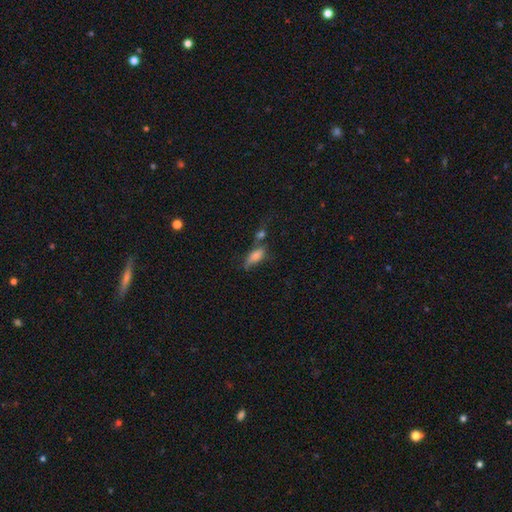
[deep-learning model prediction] Smooth or featured? Predicted: smooth (p=0.73). How rounded? Predicted: in between (p=0.73). Merging? Predicted: none (p=0.37).